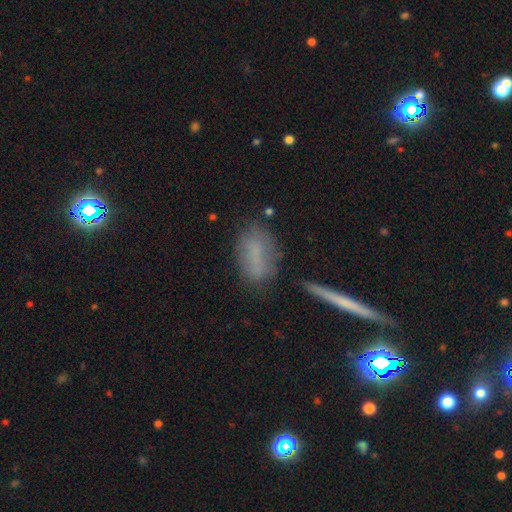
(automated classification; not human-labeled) Morphology: type=smooth (65%); roundness=in between (74%); merging=none (69%).